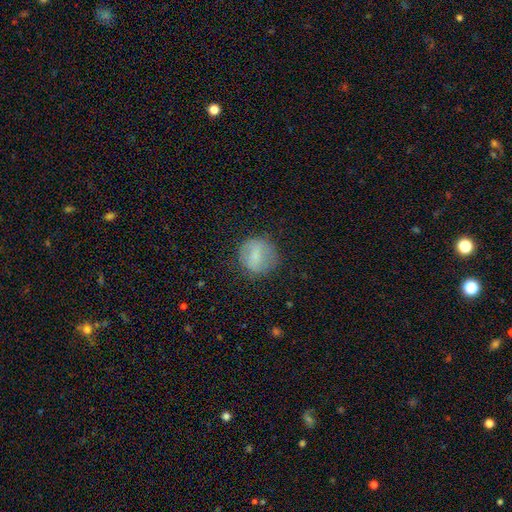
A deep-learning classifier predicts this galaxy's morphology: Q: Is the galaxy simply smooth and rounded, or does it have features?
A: smooth — 69%.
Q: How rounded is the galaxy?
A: round — 87%.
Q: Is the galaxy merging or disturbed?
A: none — 78%.